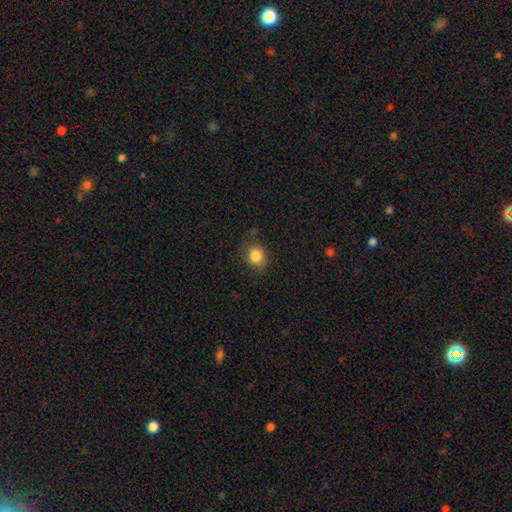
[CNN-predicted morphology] smooth_or_featured: smooth (p=0.85) [alt: star or artifact p=0.10]
how_rounded: round (p=0.62) [alt: in between p=0.38]
merging: none (p=0.77) [alt: minor disturbance p=0.17]